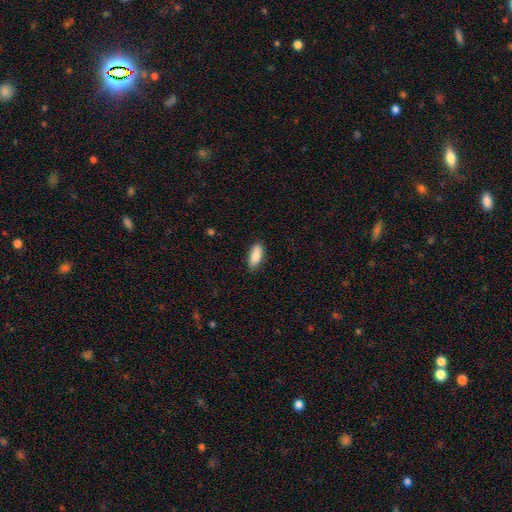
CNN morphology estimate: Smooth or featured? smooth (81%)
How rounded? in between (83%)
Merging? none (84%)